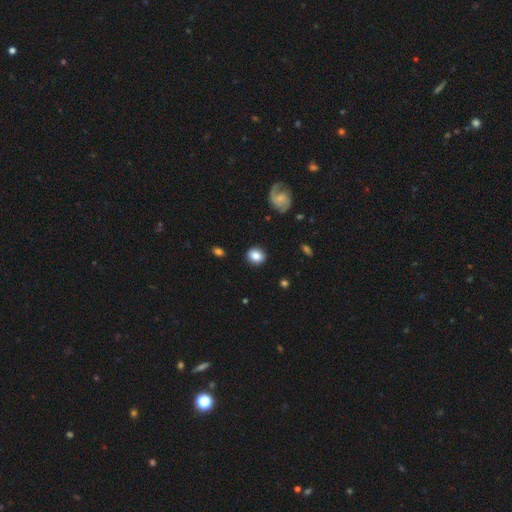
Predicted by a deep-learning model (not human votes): A smooth galaxy with no disk features (83%) that is round (65%).

Vote fractions:
- Smooth or featured? smooth: 83% / featured or disk: 9% / star or artifact: 8%
- How rounded? round: 65% / in between: 34% / cigar-shaped: 1%
- Merging? none: 87% / minor disturbance: 9% / major disturbance: 2% / merger: 1%